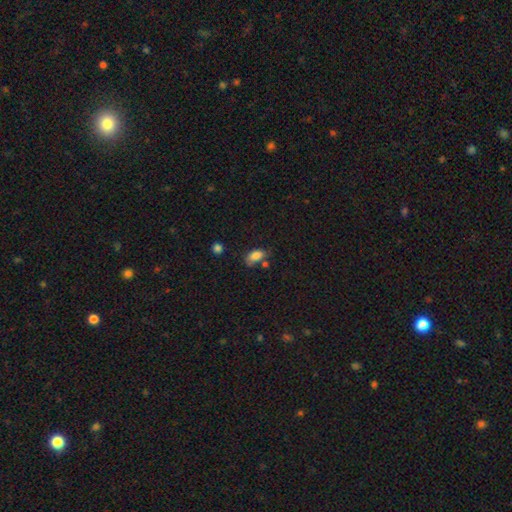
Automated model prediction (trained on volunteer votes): Smooth or featured: smooth — 82% (star or artifact — 9%)
How rounded: in between — 90% (round — 7%)
Merging: none — 49% (minor disturbance — 29%)